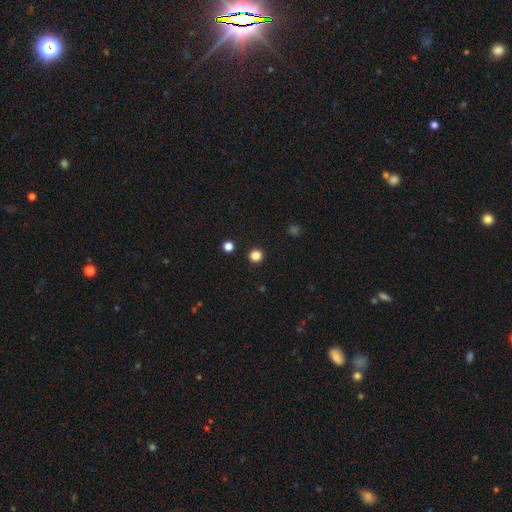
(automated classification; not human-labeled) Smooth or featured: smooth — 84% (star or artifact — 13%)
How rounded: round — 94% (in between — 5%)
Merging: none — 93% (minor disturbance — 4%)